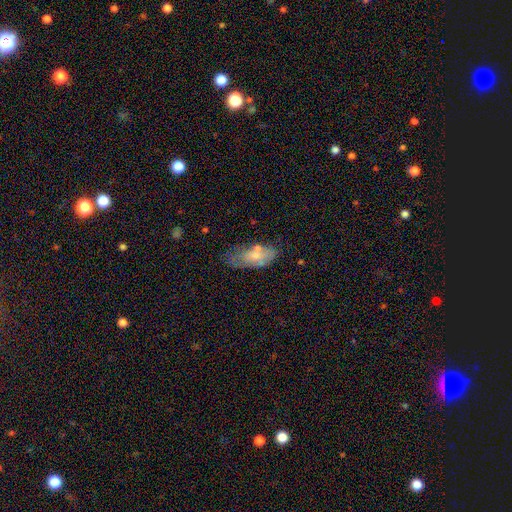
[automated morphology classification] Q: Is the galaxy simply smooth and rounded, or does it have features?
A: smooth — 59%.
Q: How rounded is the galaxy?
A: in between — 83%.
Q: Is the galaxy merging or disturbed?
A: none — 55%.